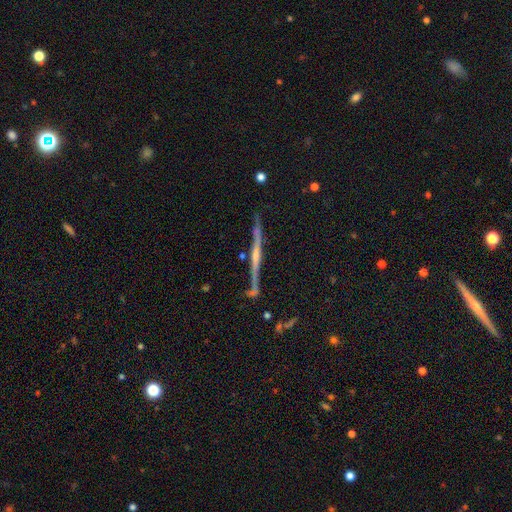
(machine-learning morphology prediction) Smooth or featured?
  - featured or disk: 77% *
  - smooth: 16%
  - star or artifact: 8%
Edge-on disk?
  - yes: 97% *
  - no: 3%
Edge-on bulge?
  - none: 45% *
  - rounded: 41%
  - boxy: 14%
Merging?
  - none: 77% *
  - minor disturbance: 15%
  - merger: 5%
  - major disturbance: 4%